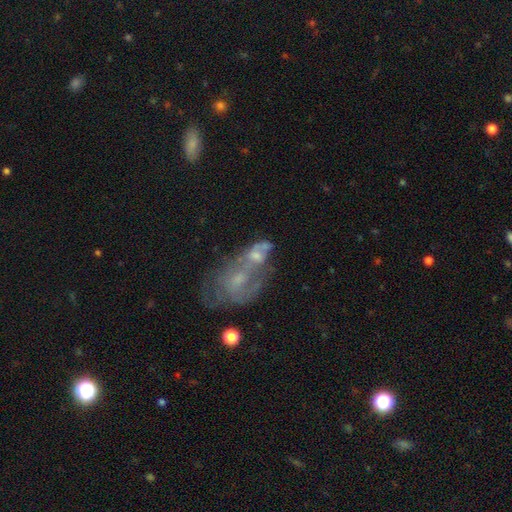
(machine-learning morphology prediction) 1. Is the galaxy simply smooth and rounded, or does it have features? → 60% featured or disk, 27% smooth, 13% star or artifact.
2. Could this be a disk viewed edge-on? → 95% no, 5% yes.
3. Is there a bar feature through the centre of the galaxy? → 73% no, 23% weak, 5% strong.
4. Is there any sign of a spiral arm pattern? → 60% no, 40% yes.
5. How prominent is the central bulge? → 44% small, 27% moderate, 25% none, 3% large, 1% dominant.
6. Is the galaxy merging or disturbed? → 47% merger, 21% none, 19% major disturbance, 13% minor disturbance.